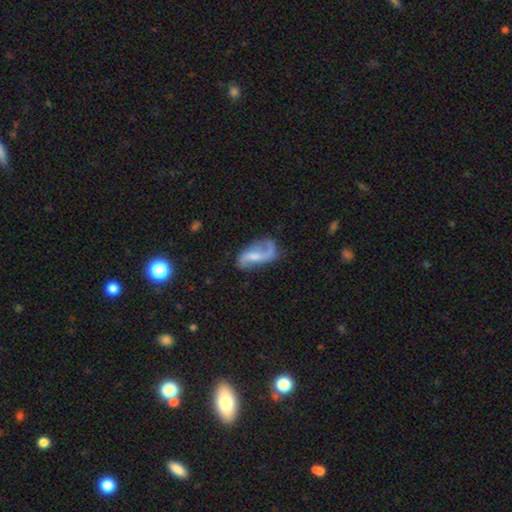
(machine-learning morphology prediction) smooth-or-featured: featured or disk: 76% | smooth: 17% | star or artifact: 6%
  disk-edge-on: no: 96% | yes: 4%
    bar: weak: 46% | no: 35% | strong: 19%
    has-spiral-arms: yes: 92% | no: 8%
      spiral-winding: loose: 74% | medium: 20% | tight: 5%
      spiral-arm-count: 2: 84% | 1: 9% | can't tell: 4% | 3: 1% | 4: 1% | more than 4: 1%
    bulge-size: small: 40% | moderate: 34% | none: 21% | large: 4% | dominant: 1%
  merging: none: 57% | minor disturbance: 23% | major disturbance: 16% | merger: 4%